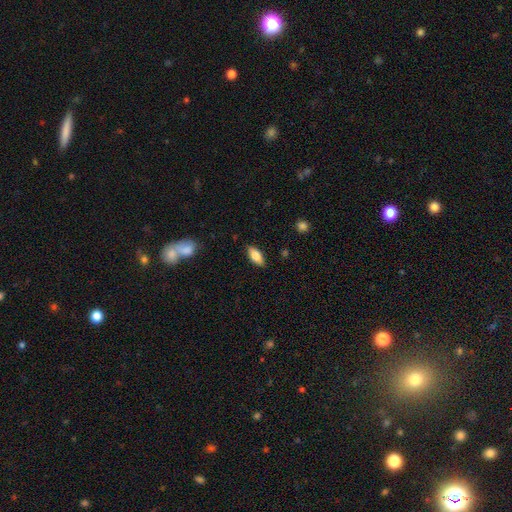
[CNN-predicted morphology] This is likely a smooth galaxy (75%). How rounded: clearly in between (84%). Merging: clearly none (86%).